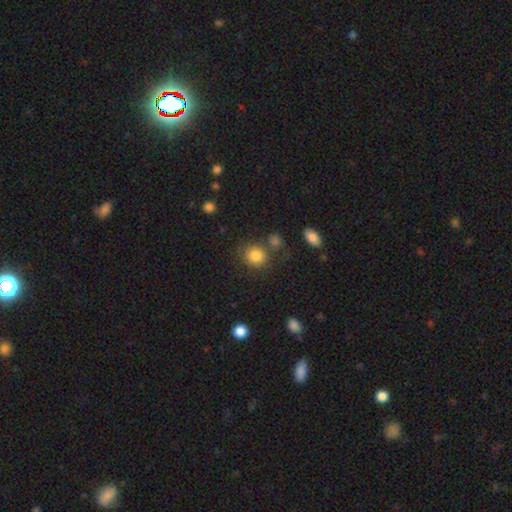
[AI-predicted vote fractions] Smooth or featured?
  - smooth: 84% *
  - star or artifact: 10%
  - featured or disk: 6%
How rounded?
  - round: 83% *
  - in between: 16%
  - cigar-shaped: 1%
Merging?
  - none: 72% *
  - merger: 12%
  - minor disturbance: 11%
  - major disturbance: 5%